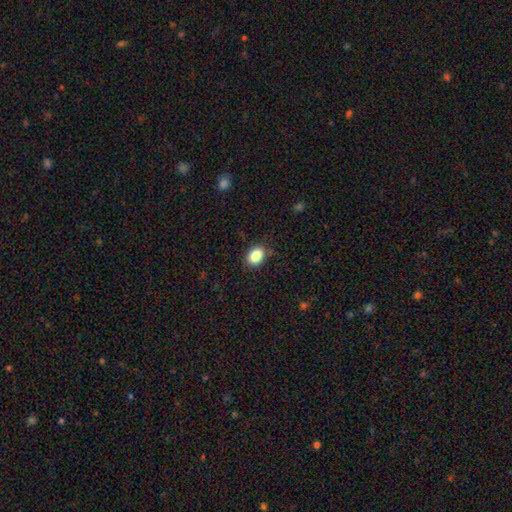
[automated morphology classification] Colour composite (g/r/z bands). It shows a smooth galaxy with no disk features (86%) that is in between round and cigar-shaped (72%). Merging: none (86%).